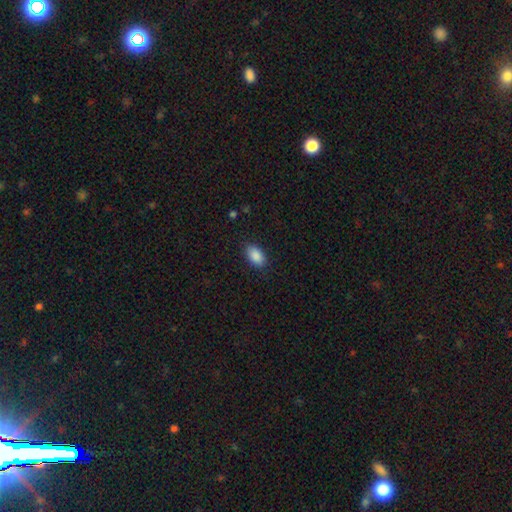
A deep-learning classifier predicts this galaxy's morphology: Q: Smooth or featured?
A: smooth (89%); runner-up: star or artifact (7%)
Q: How rounded?
A: in between (92%); runner-up: round (6%)
Q: Merging?
A: none (87%); runner-up: minor disturbance (10%)